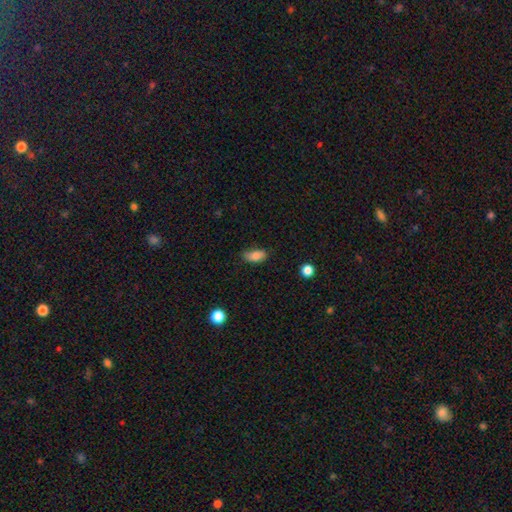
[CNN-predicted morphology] smooth_or_featured: smooth (p=0.84) [alt: star or artifact p=0.09]
how_rounded: in between (p=0.89) [alt: cigar-shaped p=0.06]
merging: none (p=0.74) [alt: minor disturbance p=0.21]